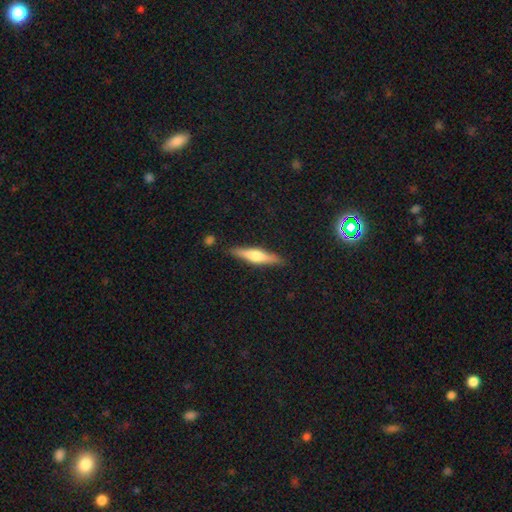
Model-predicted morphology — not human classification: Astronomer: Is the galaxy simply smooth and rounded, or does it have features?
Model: featured or disk — 52% (runner-up: smooth, 42%).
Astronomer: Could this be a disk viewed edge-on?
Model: yes — 95%.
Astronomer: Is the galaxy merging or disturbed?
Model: none — 87%.